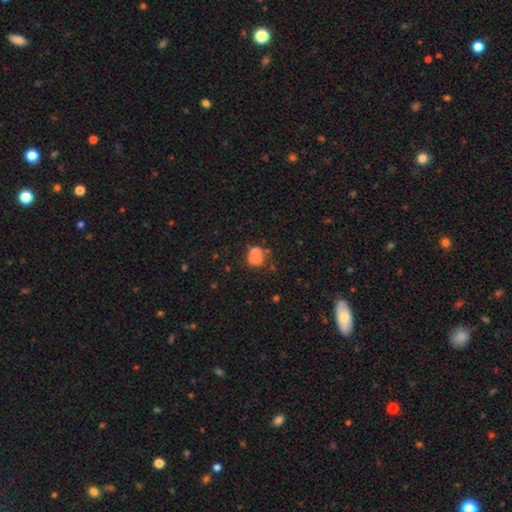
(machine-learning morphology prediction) smooth_or_featured: smooth (p=0.65) [alt: featured or disk p=0.22]
how_rounded: round (p=0.57) [alt: in between p=0.42]
merging: none (p=0.49) [alt: minor disturbance p=0.27]